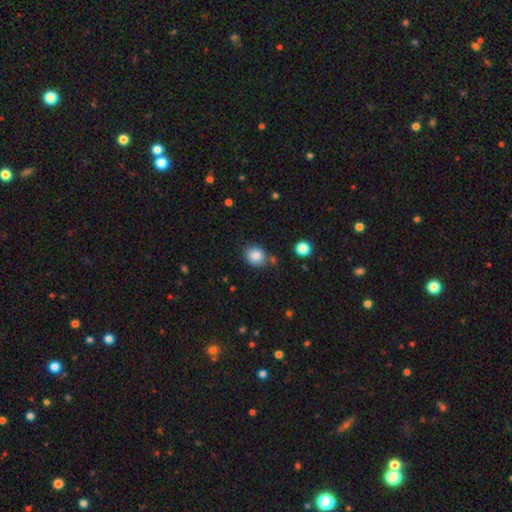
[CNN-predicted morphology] This is clearly a smooth galaxy (85%). How rounded: likely round (62%). Merging: likely none (73%).